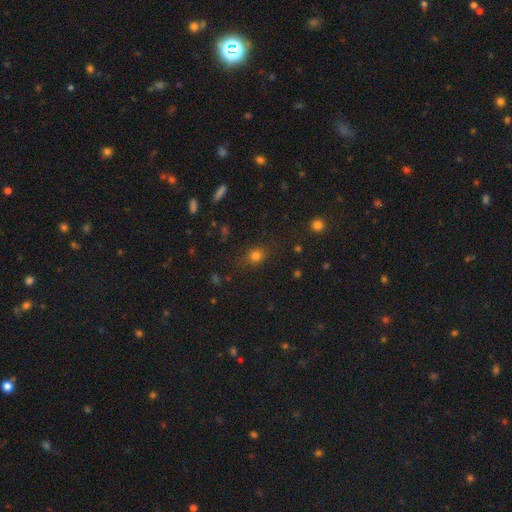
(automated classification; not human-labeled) Q: Smooth or featured?
A: smooth (77%); runner-up: star or artifact (17%)
Q: How rounded?
A: round (69%); runner-up: in between (30%)
Q: Merging?
A: none (82%); runner-up: minor disturbance (12%)